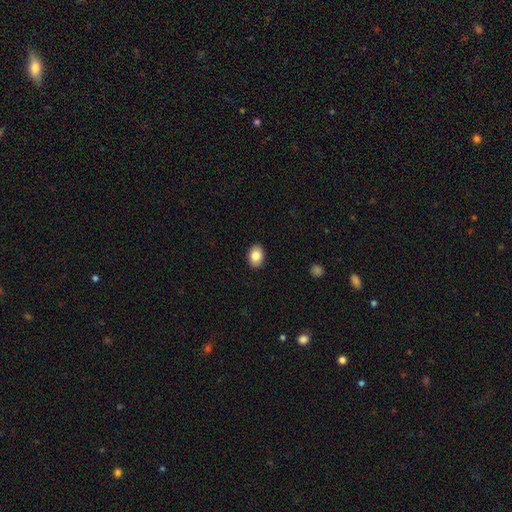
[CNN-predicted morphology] Smooth or featured: smooth — 83% (featured or disk — 9%)
How rounded: in between — 74% (round — 25%)
Merging: none — 90% (minor disturbance — 7%)